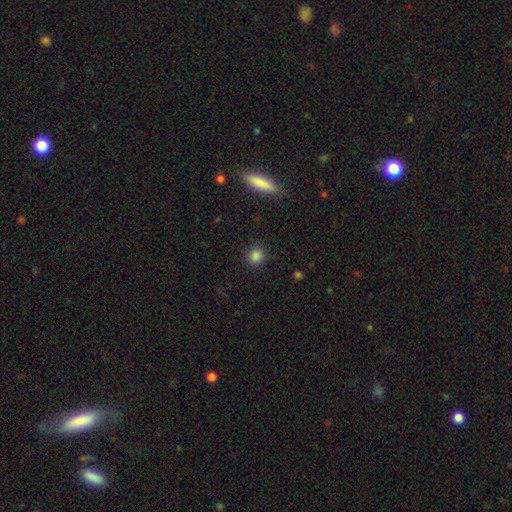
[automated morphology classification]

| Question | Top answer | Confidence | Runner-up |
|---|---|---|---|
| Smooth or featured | smooth | 84% | star or artifact (12%) |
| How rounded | round | 84% | in between (15%) |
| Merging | none | 89% | minor disturbance (7%) |